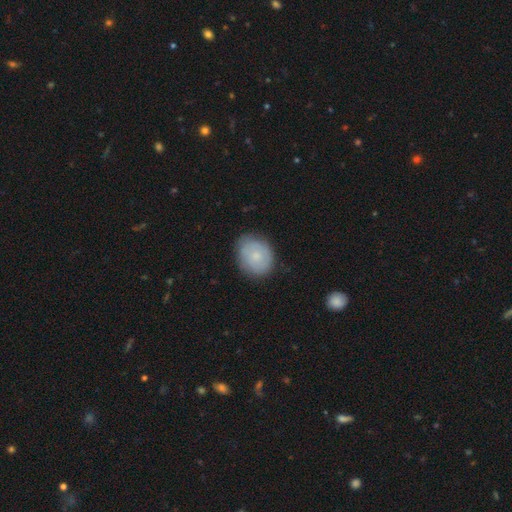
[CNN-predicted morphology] A smooth galaxy with no disk features (70%) that is round (50%).

Vote fractions:
- Smooth or featured? smooth: 70% / featured or disk: 23% / star or artifact: 7%
- How rounded? round: 50% / in between: 49% / cigar-shaped: 1%
- Merging? none: 76% / minor disturbance: 19% / major disturbance: 4% / merger: 1%